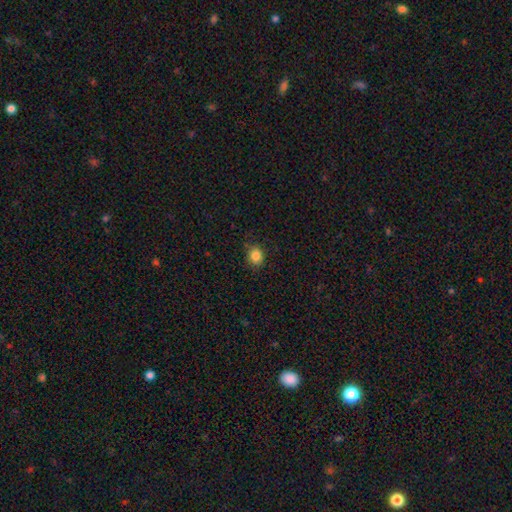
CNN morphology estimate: The model was most divided on "how rounded": round: 62%, in between: 37%, cigar-shaped: 1%. More confident: smooth or featured — smooth (84%); merging — none (83%).